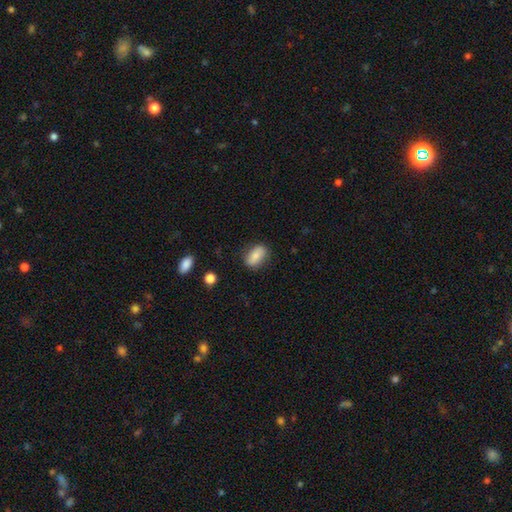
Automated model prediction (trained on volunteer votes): Smooth or featured: smooth — 78% (featured or disk — 15%)
How rounded: in between — 86% (round — 9%)
Merging: none — 81% (minor disturbance — 14%)